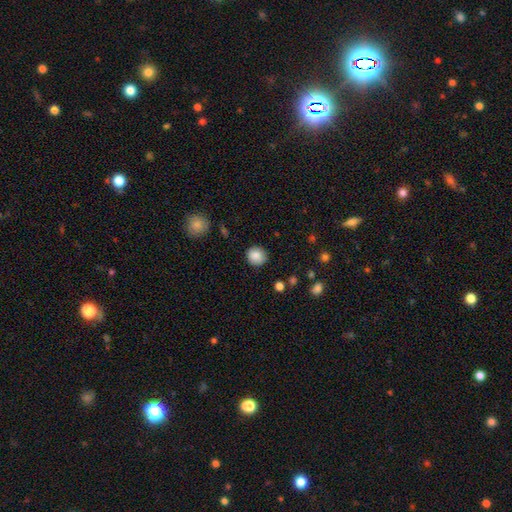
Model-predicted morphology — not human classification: Smooth or featured?
  - smooth: 87% *
  - star or artifact: 8%
  - featured or disk: 5%
How rounded?
  - round: 88% *
  - in between: 11%
  - cigar-shaped: 1%
Merging?
  - none: 86% *
  - minor disturbance: 10%
  - major disturbance: 2%
  - merger: 1%